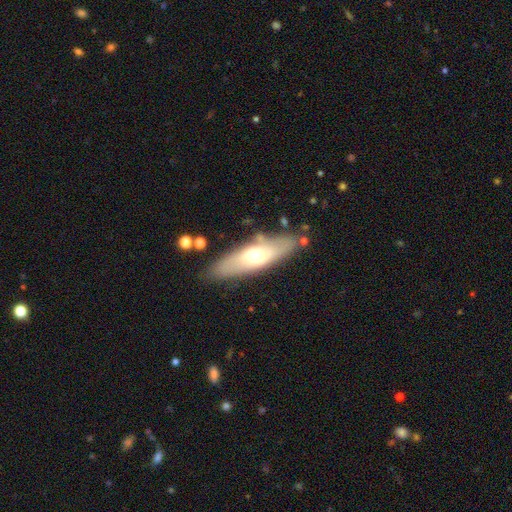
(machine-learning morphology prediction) A smooth galaxy with no disk features (51%) that is cigar-shaped (50%). Merging: none (80%).